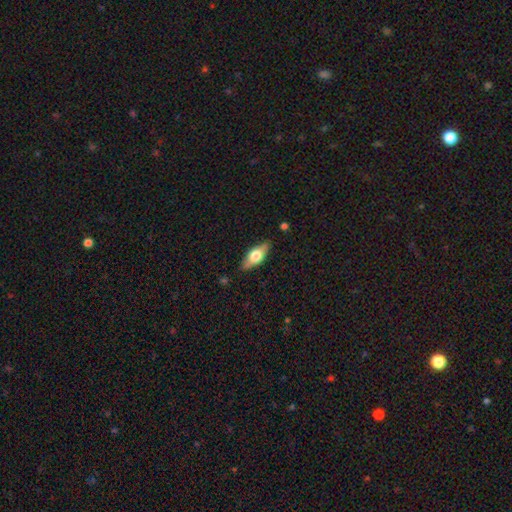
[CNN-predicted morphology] smooth_or_featured: smooth (p=0.55) [alt: featured or disk p=0.39]
how_rounded: in between (p=0.77) [alt: cigar-shaped p=0.20]
merging: none (p=0.85) [alt: minor disturbance p=0.11]